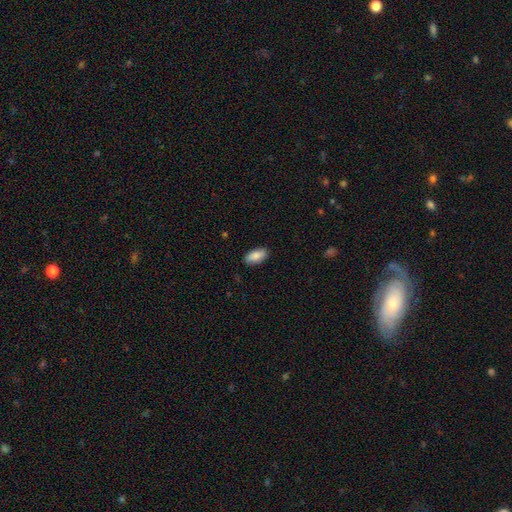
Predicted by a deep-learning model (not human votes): smooth 86%, featured or disk 7%, star or artifact 6%. Down the decision tree: how rounded — in between (92%); merging — none (88%).